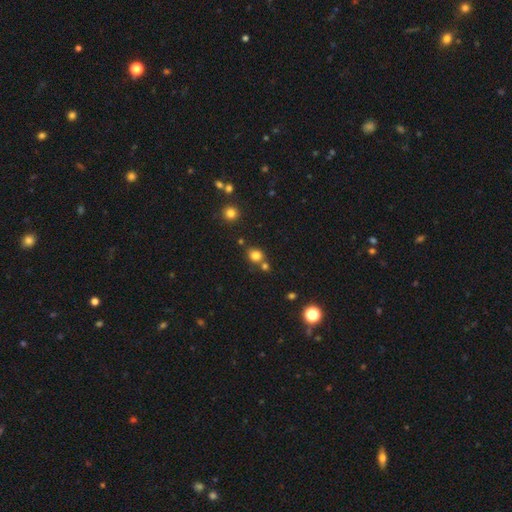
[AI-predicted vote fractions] Overall: smooth (79%). How rounded: round (73%). Merging: none (65%).